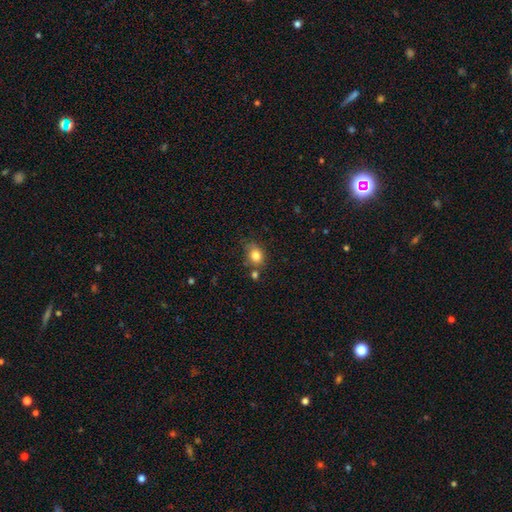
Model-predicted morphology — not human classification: Smooth or featured? Predicted: smooth (p=0.82). How rounded? Predicted: round (p=0.54). Merging? Predicted: none (p=0.63).